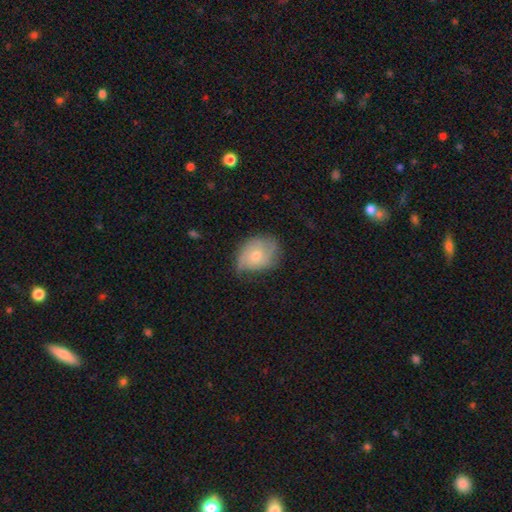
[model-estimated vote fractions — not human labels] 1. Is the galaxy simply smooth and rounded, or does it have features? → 54% smooth, 39% featured or disk, 7% star or artifact.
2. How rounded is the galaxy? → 63% in between, 35% round, 1% cigar-shaped.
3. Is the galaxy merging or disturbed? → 53% none, 36% minor disturbance, 10% major disturbance, 2% merger.